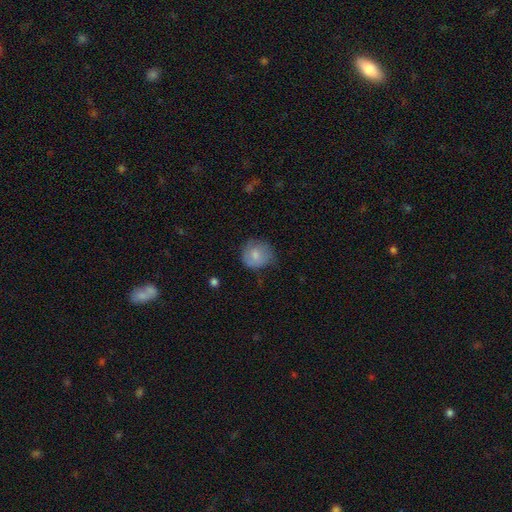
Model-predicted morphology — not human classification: Smooth or featured? smooth (77%)
How rounded? round (85%)
Merging? none (62%)